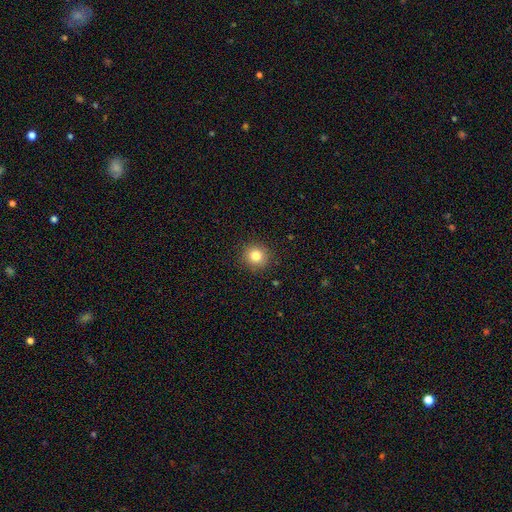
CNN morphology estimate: This is clearly a smooth galaxy (81%). How rounded: clearly round (92%). Merging: clearly none (91%).